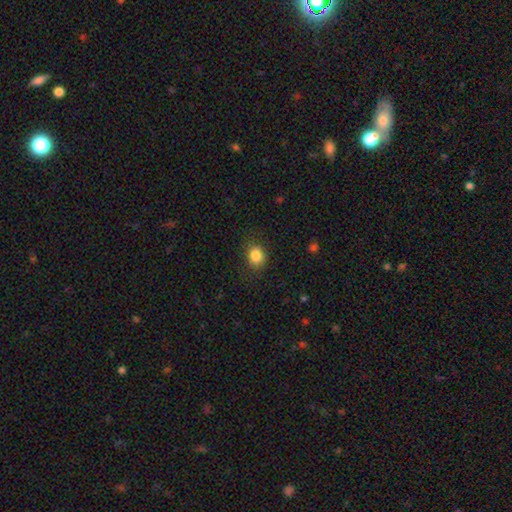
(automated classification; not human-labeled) A smooth galaxy with no disk features (85%) that is round (63%).

Vote fractions:
- Smooth or featured? smooth: 85% / star or artifact: 10% / featured or disk: 5%
- How rounded? round: 63% / in between: 36% / cigar-shaped: 1%
- Merging? none: 83% / minor disturbance: 12% / major disturbance: 4% / merger: 1%